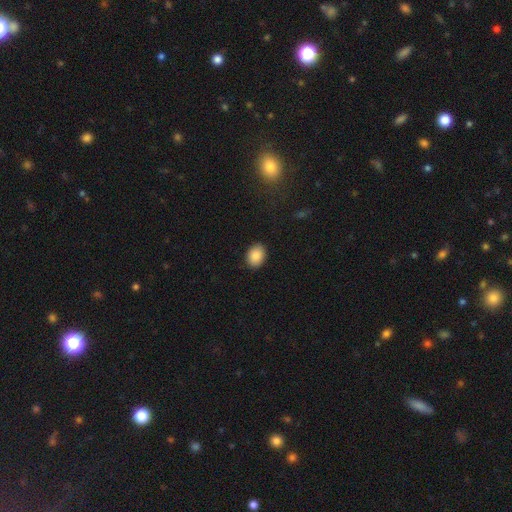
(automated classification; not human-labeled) This is clearly a smooth galaxy (88%). How rounded: likely in between (66%). Merging: clearly none (89%).